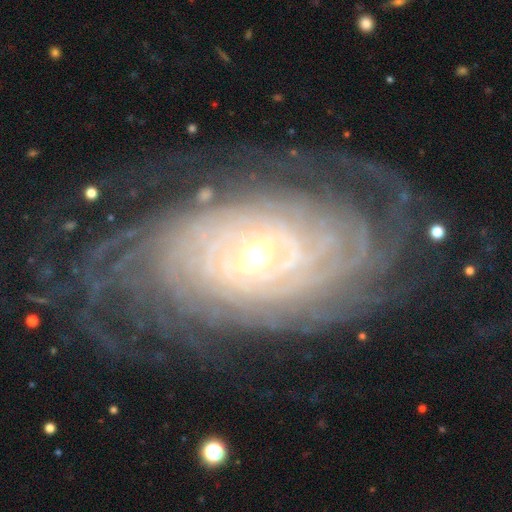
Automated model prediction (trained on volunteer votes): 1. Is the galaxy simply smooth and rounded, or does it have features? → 90% featured or disk, 5% star or artifact, 5% smooth.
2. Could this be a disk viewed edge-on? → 95% no, 5% yes.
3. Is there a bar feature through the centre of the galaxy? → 43% no, 36% weak, 22% strong.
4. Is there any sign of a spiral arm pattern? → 97% yes, 3% no.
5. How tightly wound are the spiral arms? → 85% tight, 12% medium, 3% loose.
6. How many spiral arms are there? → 33% more than 4, 28% can't tell, 15% 4, 9% 2, 9% 3, 7% 1.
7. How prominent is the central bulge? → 50% moderate, 45% small, 4% large, 1% dominant, 1% none.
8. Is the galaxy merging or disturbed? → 77% none, 14% minor disturbance, 7% major disturbance, 2% merger.